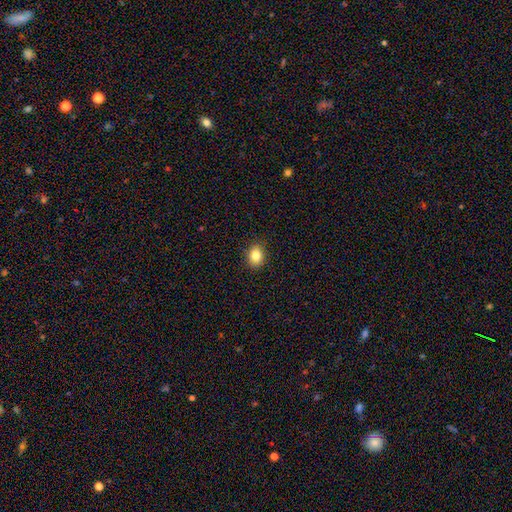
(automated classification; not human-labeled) This appears to be a smooth galaxy with no disk features (84%) that is in between round and cigar-shaped (58%). Merging: none (89%).